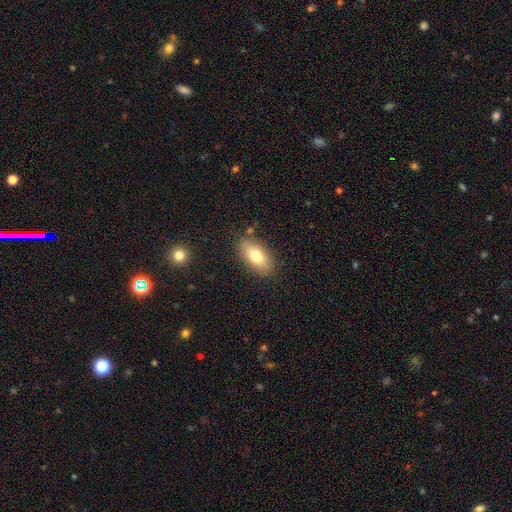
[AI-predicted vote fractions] Smooth or featured?
  - smooth: 75% *
  - featured or disk: 17%
  - star or artifact: 8%
How rounded?
  - in between: 87% *
  - cigar-shaped: 8%
  - round: 5%
Merging?
  - none: 83% *
  - minor disturbance: 12%
  - major disturbance: 3%
  - merger: 2%